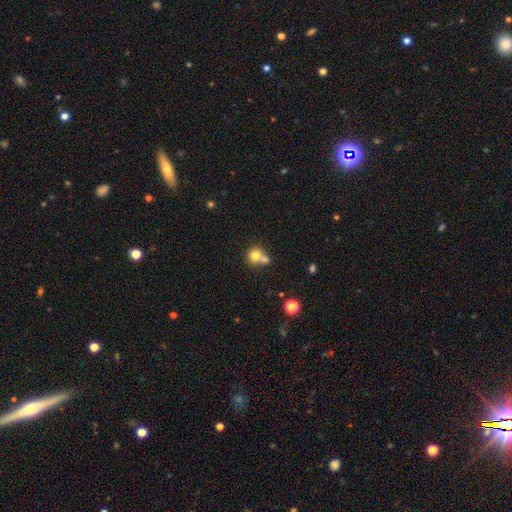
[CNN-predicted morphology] Smooth or featured?
  - smooth: 76% *
  - featured or disk: 13%
  - star or artifact: 11%
How rounded?
  - round: 83% *
  - in between: 16%
  - cigar-shaped: 1%
Merging?
  - merger: 50% *
  - none: 38%
  - minor disturbance: 8%
  - major disturbance: 4%